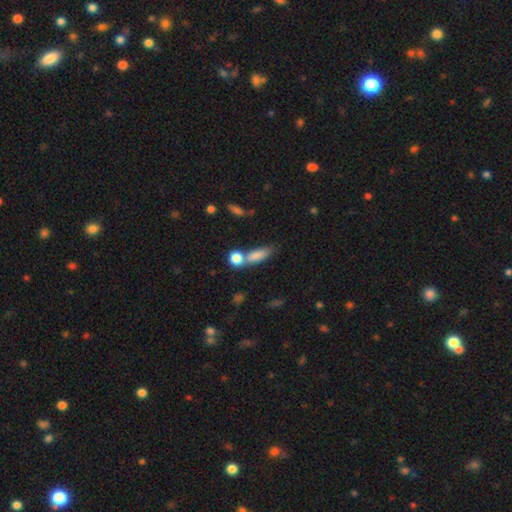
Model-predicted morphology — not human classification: smooth-or-featured: smooth: 79% | featured or disk: 11% | star or artifact: 10%
  how-rounded: in between: 51% | cigar-shaped: 37% | round: 12%
  merging: none: 49% | merger: 32% | minor disturbance: 13% | major disturbance: 6%